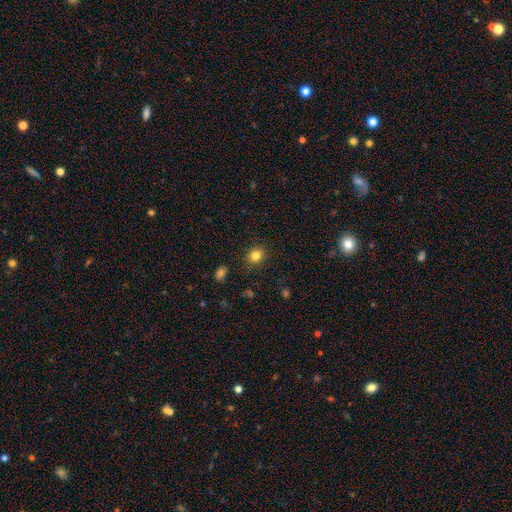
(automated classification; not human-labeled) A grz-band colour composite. It shows a smooth galaxy with no disk features (82%) that is round (71%). Merging: none (89%).